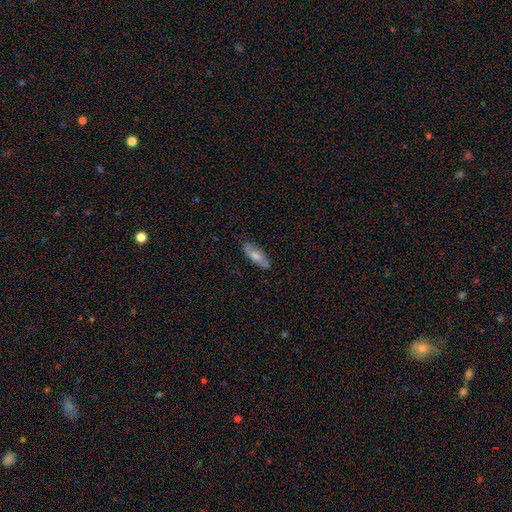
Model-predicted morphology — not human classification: smooth-or-featured: smooth: 70% | featured or disk: 24% | star or artifact: 6%
  how-rounded: in between: 66% | cigar-shaped: 32% | round: 2%
  merging: none: 76% | minor disturbance: 18% | major disturbance: 3% | merger: 2%